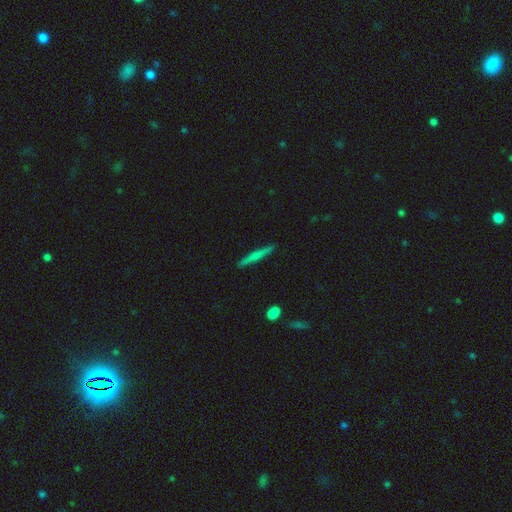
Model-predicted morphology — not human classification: smooth_or_featured: smooth (p=0.50) [alt: featured or disk p=0.44]
how_rounded: cigar-shaped (p=0.94) [alt: in between p=0.03]
merging: none (p=0.91) [alt: minor disturbance p=0.06]